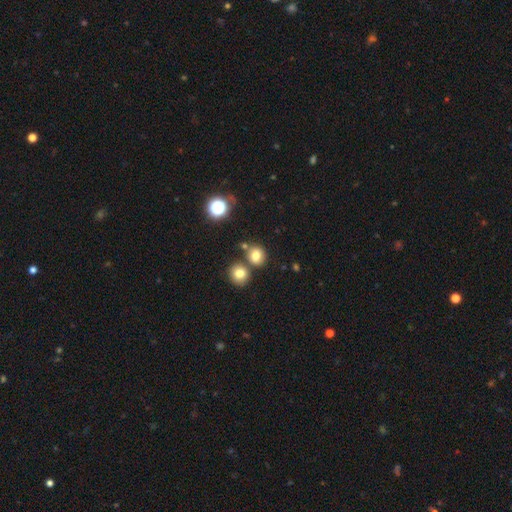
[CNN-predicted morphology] A smooth galaxy with no disk features (78%) that is round (77%). Merging: none (66%).